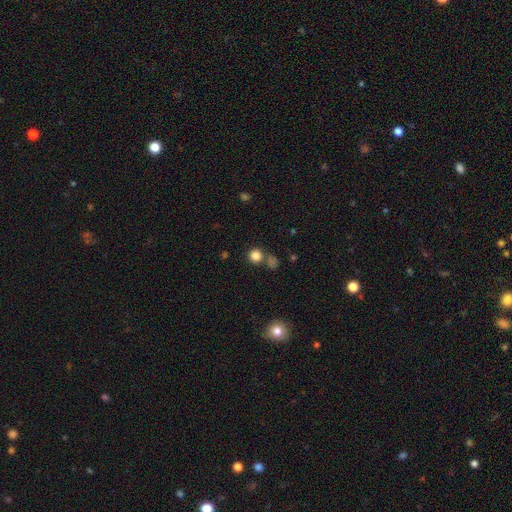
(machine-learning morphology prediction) smooth 82%, star or artifact 13%, featured or disk 5%. Down the decision tree: how rounded — round (91%); merging — none (69%).